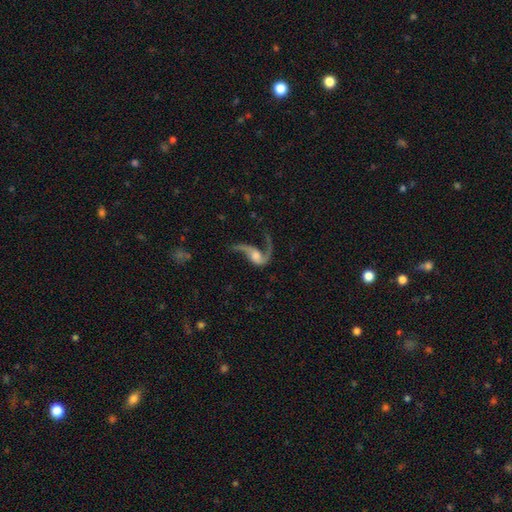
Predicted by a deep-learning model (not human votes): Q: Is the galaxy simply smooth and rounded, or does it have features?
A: featured or disk — 83%.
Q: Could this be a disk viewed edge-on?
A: no — 95%.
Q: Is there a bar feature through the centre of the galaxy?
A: no — 57%.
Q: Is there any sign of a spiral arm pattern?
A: yes — 92%.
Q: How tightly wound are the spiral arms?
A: loose — 87%.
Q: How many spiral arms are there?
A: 2 — 83%.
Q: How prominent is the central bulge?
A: moderate — 44%.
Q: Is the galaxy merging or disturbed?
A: none — 44%.